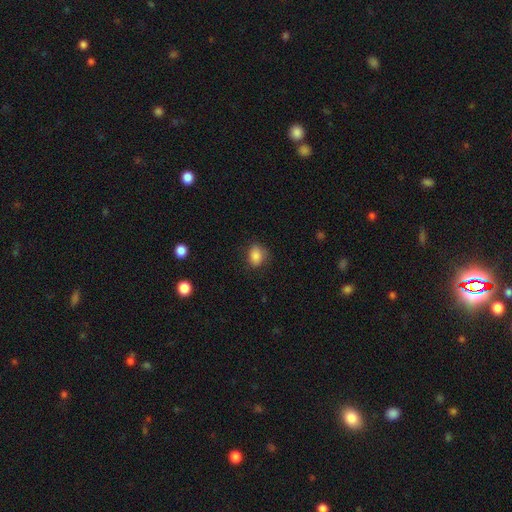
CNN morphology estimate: smooth_or_featured: smooth (p=0.85) [alt: star or artifact p=0.09]
how_rounded: in between (p=0.60) [alt: round p=0.39]
merging: none (p=0.75) [alt: minor disturbance p=0.19]